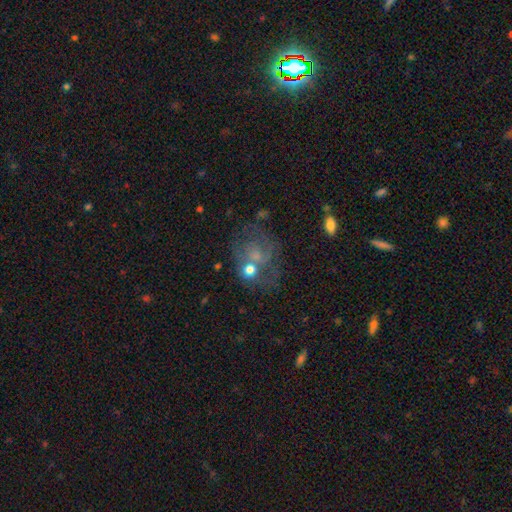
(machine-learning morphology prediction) Smooth or featured? featured or disk (51%)
Edge-on disk? no (97%)
Merging? none (45%)